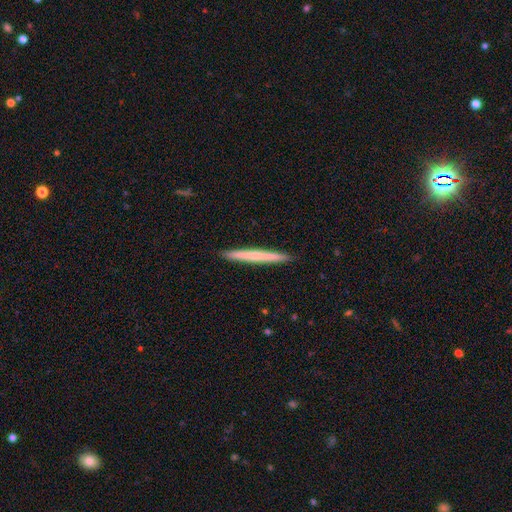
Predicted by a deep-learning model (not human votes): Smooth or featured? smooth (57%)
How rounded? cigar-shaped (97%)
Merging? none (93%)